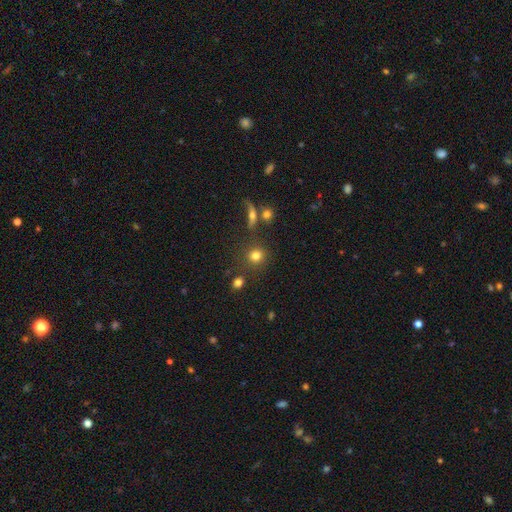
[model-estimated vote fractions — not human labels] Smooth or featured? Predicted: smooth (p=0.77). How rounded? Predicted: round (p=0.90). Merging? Predicted: none (p=0.77).